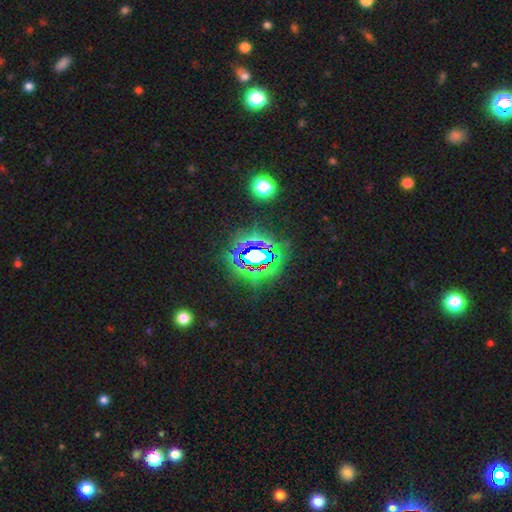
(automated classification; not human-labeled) Morphology: type=star or artifact (81%).